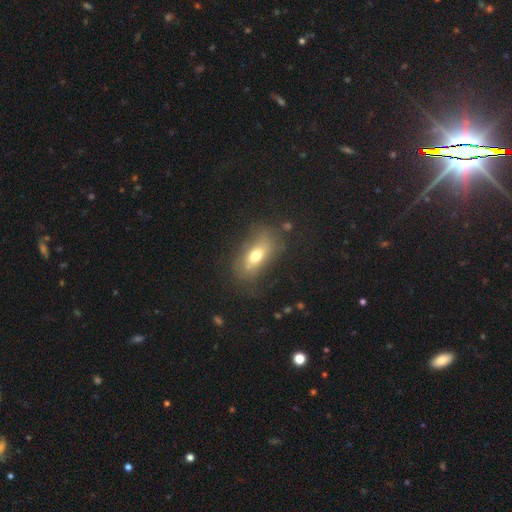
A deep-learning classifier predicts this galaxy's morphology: Smooth or featured? smooth (61%)
How rounded? in between (80%)
Merging? none (61%)